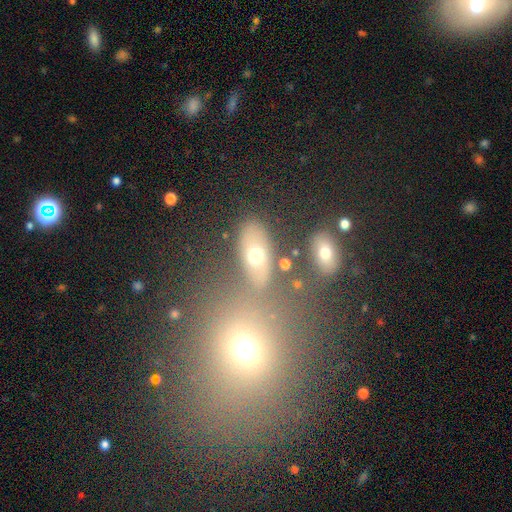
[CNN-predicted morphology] smooth_or_featured: smooth (p=0.62) [alt: featured or disk p=0.24]
how_rounded: in between (p=0.80) [alt: round p=0.14]
merging: none (p=0.67) [alt: merger p=0.13]